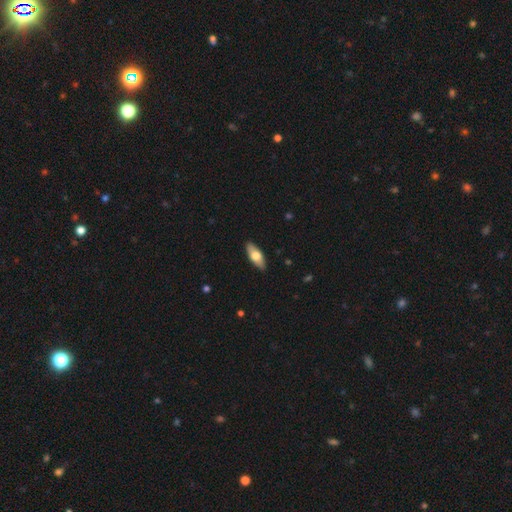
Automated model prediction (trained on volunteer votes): Overall: smooth (63%; featured or disk 32%). How rounded: in between (74%). Merging: none (89%).